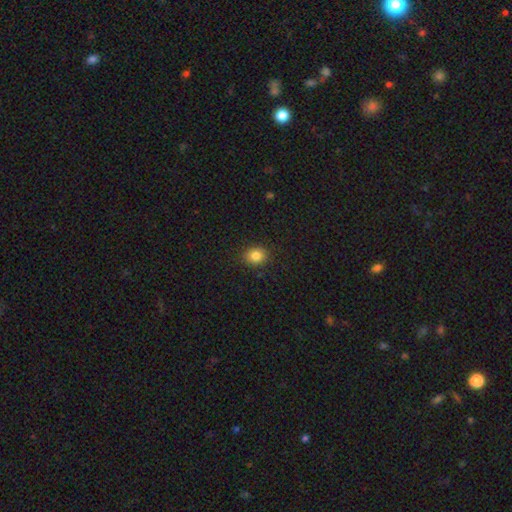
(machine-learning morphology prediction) Q: Smooth or featured?
A: smooth (84%); runner-up: star or artifact (11%)
Q: How rounded?
A: round (69%); runner-up: in between (30%)
Q: Merging?
A: none (88%); runner-up: minor disturbance (8%)